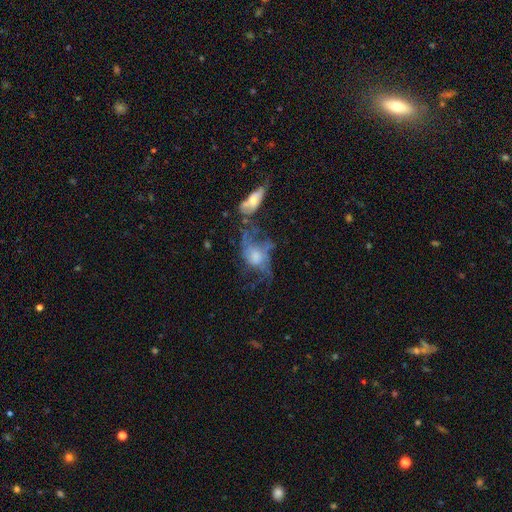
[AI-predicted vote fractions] This appears to be a featured or disk galaxy (58%) with no bar (78%), spiral arms (54%) and a moderate central bulge (40%). Merging: major disturbance (39%).